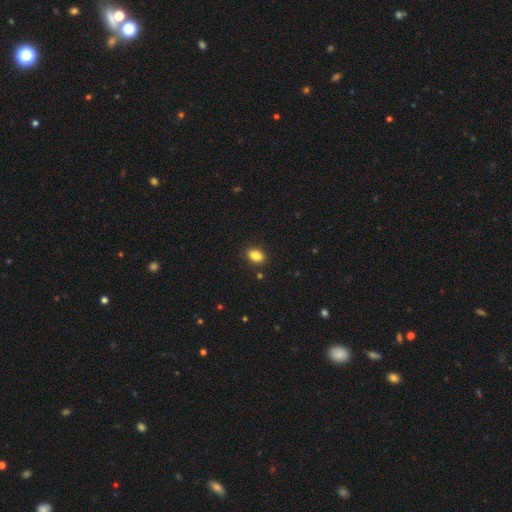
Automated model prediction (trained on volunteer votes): Smooth or featured? smooth (86%)
How rounded? in between (84%)
Merging? none (88%)